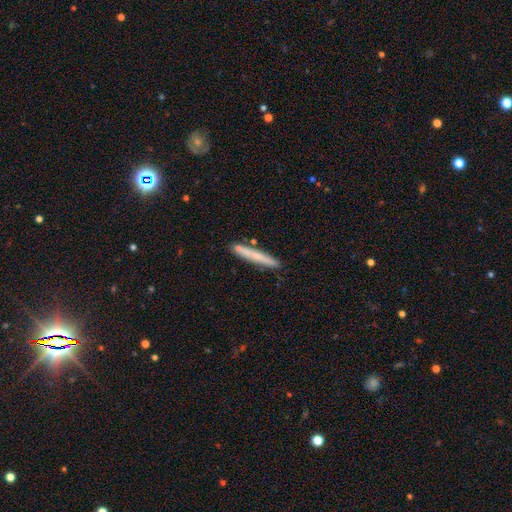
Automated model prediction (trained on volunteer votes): A smooth galaxy with no disk features (65%) that is cigar-shaped (96%).

Vote fractions:
- Smooth or featured? smooth: 65% / featured or disk: 29% / star or artifact: 6%
- How rounded? cigar-shaped: 96% / in between: 3% / round: 1%
- Merging? none: 86% / minor disturbance: 9% / merger: 4% / major disturbance: 2%